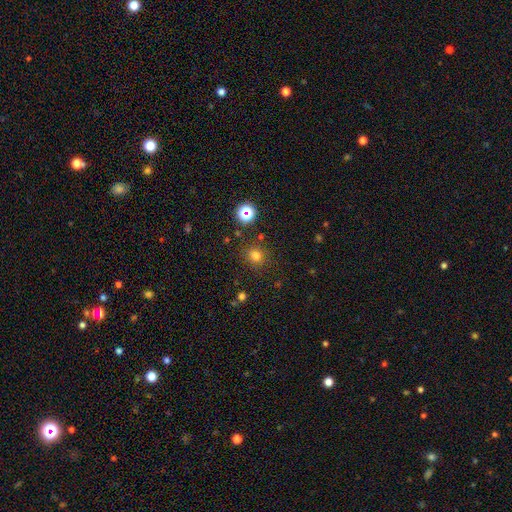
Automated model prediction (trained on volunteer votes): A smooth galaxy with no disk features (74%) that is round (88%). Merging: none (84%).